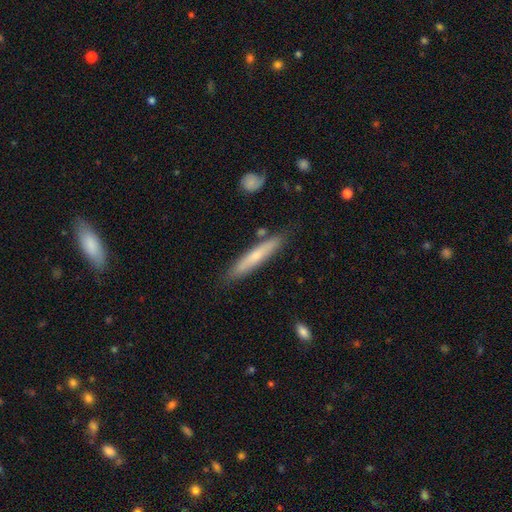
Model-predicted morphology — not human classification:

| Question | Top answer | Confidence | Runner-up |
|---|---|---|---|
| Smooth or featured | smooth | 59% | featured or disk (35%) |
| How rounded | cigar-shaped | 92% | in between (7%) |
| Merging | none | 83% | minor disturbance (12%) |